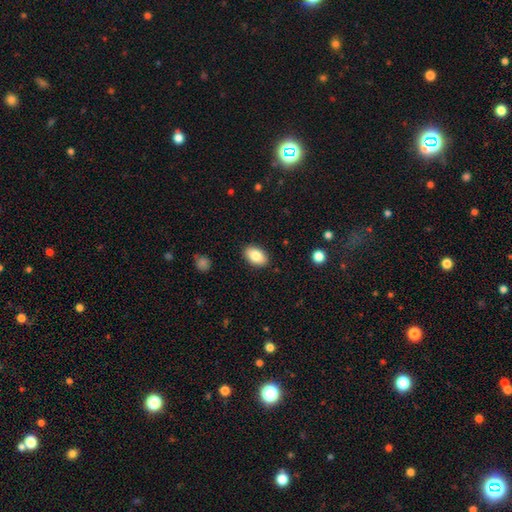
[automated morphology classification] type=smooth (83%); roundness=in between (91%); merging=none (88%).